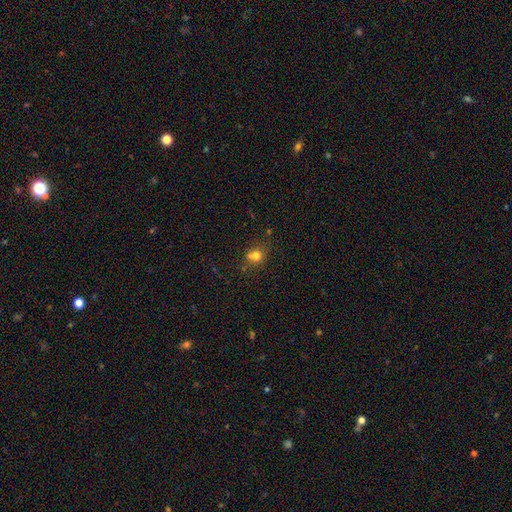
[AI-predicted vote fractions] smooth_or_featured: smooth (p=0.73) [alt: star or artifact p=0.16]
how_rounded: round (p=0.78) [alt: in between p=0.21]
merging: none (p=0.55) [alt: merger p=0.26]